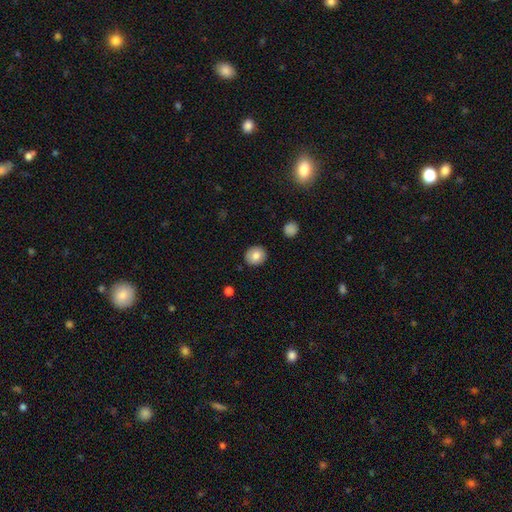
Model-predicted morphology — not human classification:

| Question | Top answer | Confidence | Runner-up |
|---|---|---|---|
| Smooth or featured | smooth | 82% | featured or disk (10%) |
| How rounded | round | 79% | in between (20%) |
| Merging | none | 89% | minor disturbance (8%) |